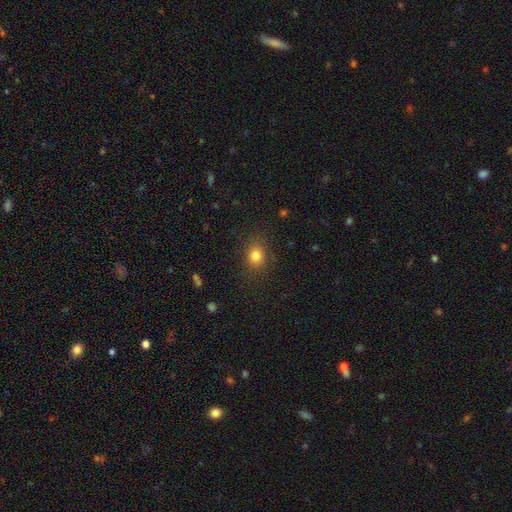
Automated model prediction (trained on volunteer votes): smooth 81%, star or artifact 12%, featured or disk 6%. Down the decision tree: how rounded — in between (50%); merging — none (84%).